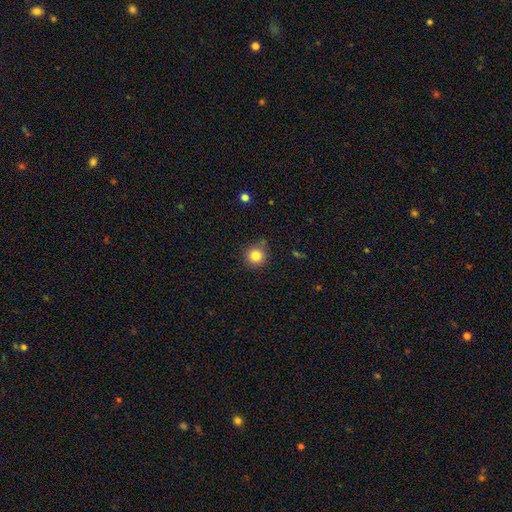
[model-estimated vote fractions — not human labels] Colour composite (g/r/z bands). It shows a smooth galaxy with no disk features (83%) that is round (93%). Merging: none (78%).